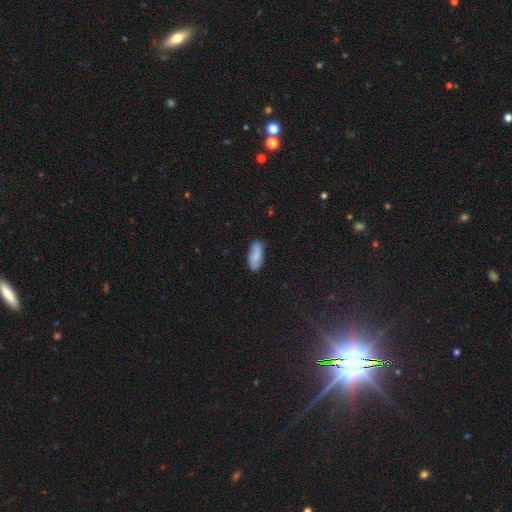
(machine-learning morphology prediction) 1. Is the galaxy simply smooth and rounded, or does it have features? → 75% smooth, 17% featured or disk, 7% star or artifact.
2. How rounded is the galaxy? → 86% in between, 12% cigar-shaped, 2% round.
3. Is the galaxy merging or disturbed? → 77% none, 18% minor disturbance, 3% major disturbance, 2% merger.